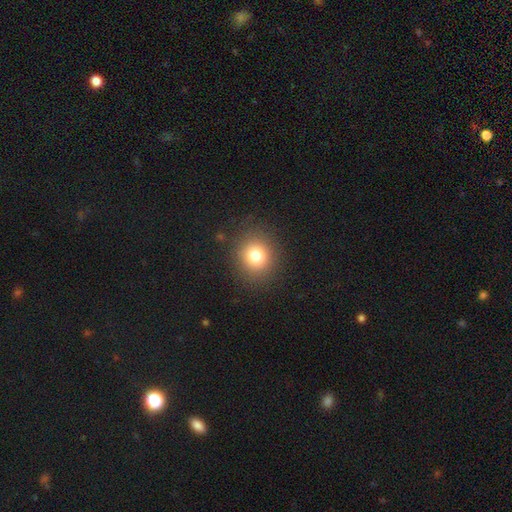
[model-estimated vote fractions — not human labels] A smooth galaxy with no disk features (79%) that is round (83%). Merging: none (88%).